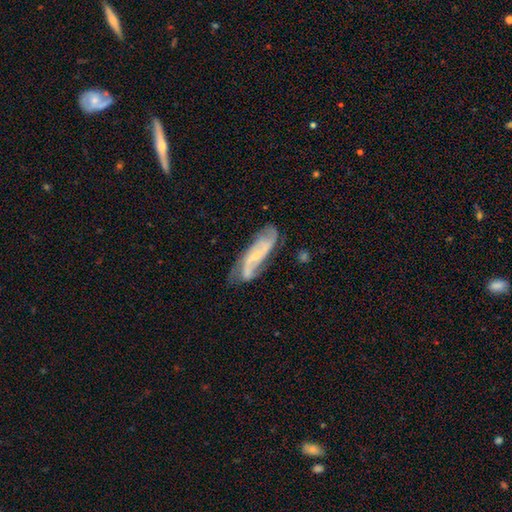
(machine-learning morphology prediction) type=featured or disk (75%); edge-on=no (84%); bar=no (43%); spiral arms=yes (93%); winding=medium (42%); arm count=2 (59%); bulge=small (60%); merging=none (65%).